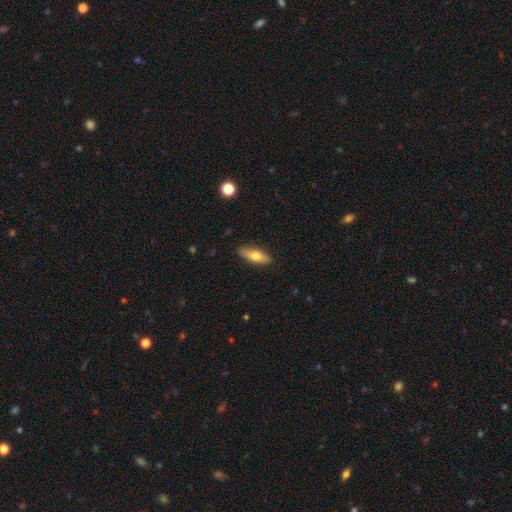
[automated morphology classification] The model was most divided on "how rounded": in between: 55%, cigar-shaped: 43%, round: 3%. More confident: merging — none (86%); smooth or featured — smooth (67%).